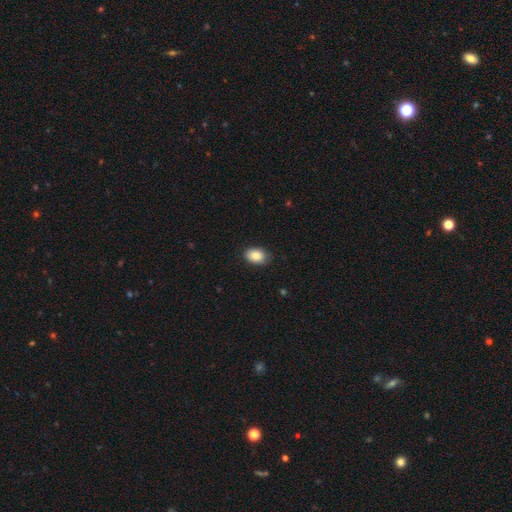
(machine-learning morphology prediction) Smooth or featured?
  - smooth: 87% *
  - star or artifact: 8%
  - featured or disk: 6%
How rounded?
  - in between: 83% *
  - round: 16%
  - cigar-shaped: 1%
Merging?
  - none: 85% *
  - minor disturbance: 11%
  - major disturbance: 2%
  - merger: 1%